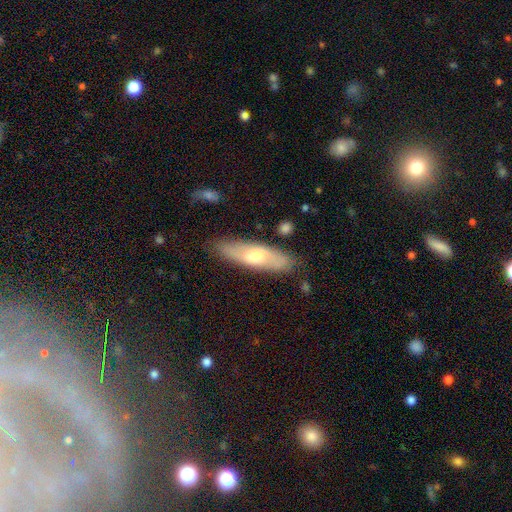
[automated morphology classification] smooth_or_featured: smooth (p=0.53) [alt: featured or disk p=0.40]
how_rounded: cigar-shaped (p=0.57) [alt: in between p=0.41]
merging: none (p=0.82) [alt: minor disturbance p=0.13]